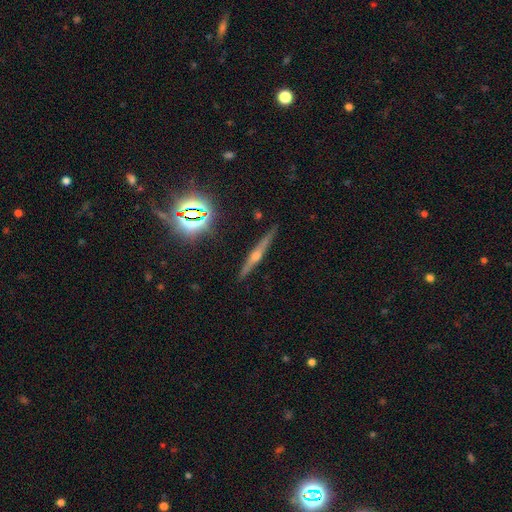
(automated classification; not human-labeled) smooth_or_featured: featured or disk (p=0.71) [alt: smooth p=0.15]
disk_edge_on: yes (p=0.98) [alt: no p=0.02]
edge_on_bulge: rounded (p=0.90) [alt: none p=0.06]
merging: none (p=0.90) [alt: minor disturbance p=0.07]